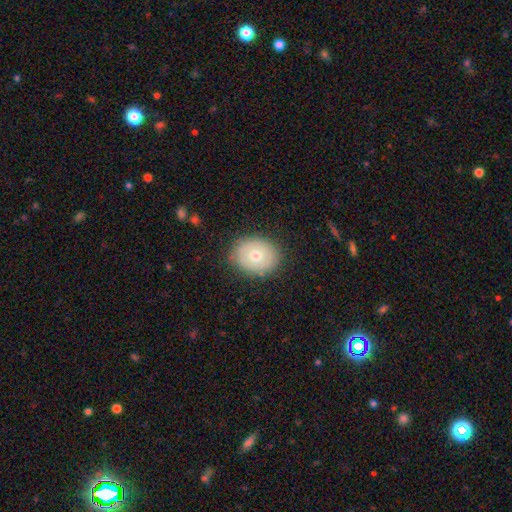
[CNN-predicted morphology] Overall: smooth (64%; featured or disk 28%). How rounded: round (52%; in between 47%). Merging: none (84%).